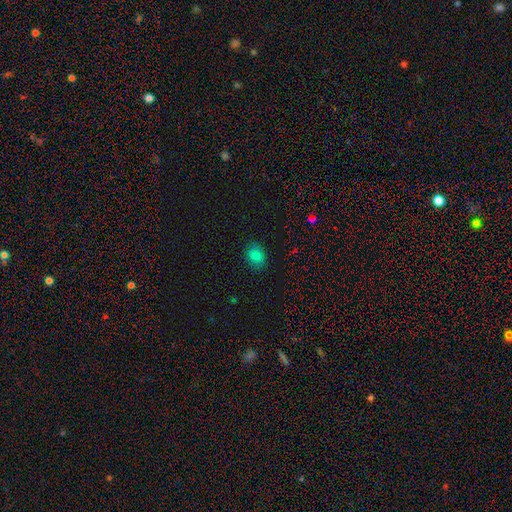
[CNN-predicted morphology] A smooth galaxy with no disk features (83%) that is in between round and cigar-shaped (67%). Merging: none (83%).